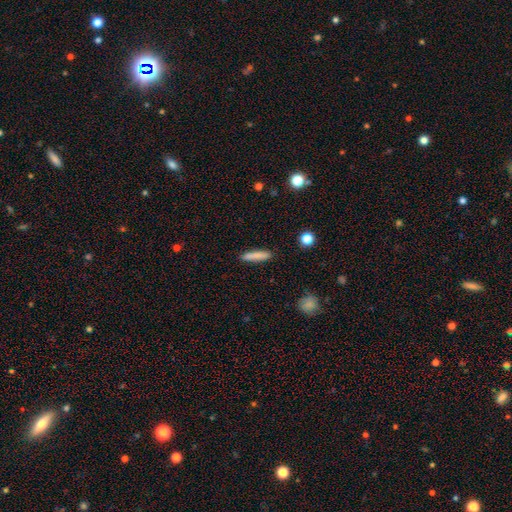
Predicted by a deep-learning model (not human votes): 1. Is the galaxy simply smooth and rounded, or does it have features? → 82% smooth, 11% featured or disk, 7% star or artifact.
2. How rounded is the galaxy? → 86% cigar-shaped, 12% in between, 2% round.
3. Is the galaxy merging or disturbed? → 89% none, 8% minor disturbance, 2% major disturbance, 1% merger.